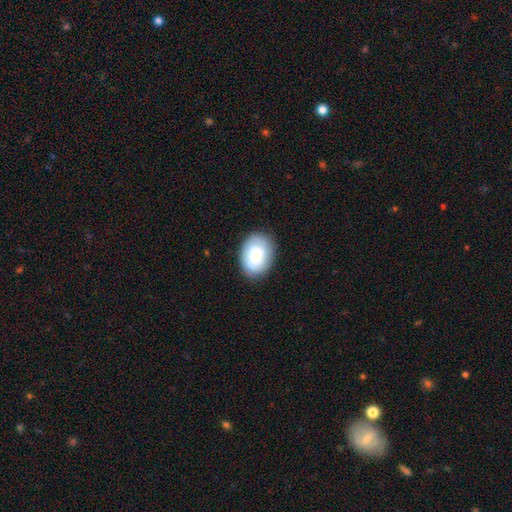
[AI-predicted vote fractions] smooth_or_featured: smooth (p=0.73) [alt: featured or disk p=0.20]
how_rounded: in between (p=0.71) [alt: round p=0.28]
merging: none (p=0.84) [alt: minor disturbance p=0.12]